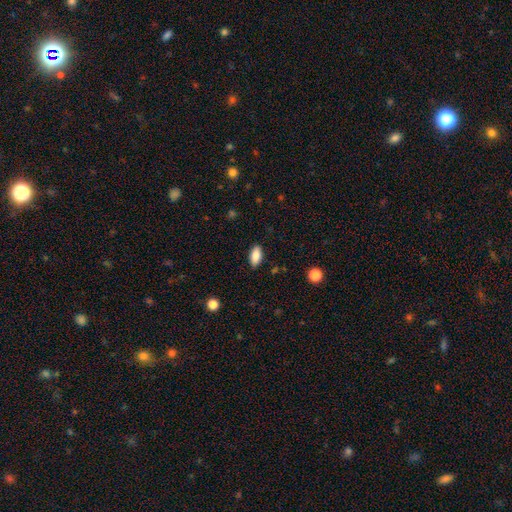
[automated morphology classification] Smooth or featured? smooth (87%)
How rounded? in between (90%)
Merging? none (88%)